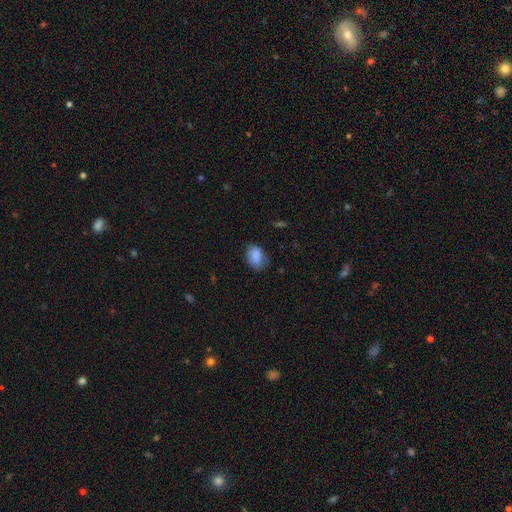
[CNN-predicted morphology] The model was most divided on "merging": none: 62%, minor disturbance: 28%, major disturbance: 8%, merger: 2%. More confident: smooth or featured — smooth (83%); how rounded — in between (81%).